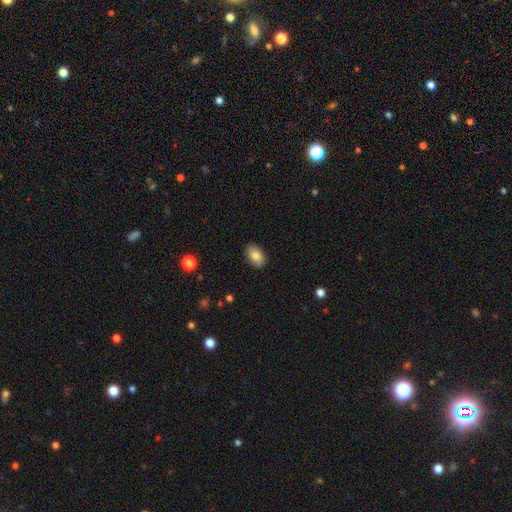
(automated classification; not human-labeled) A smooth galaxy with no disk features (85%) that is in between round and cigar-shaped (90%).

Vote fractions:
- Smooth or featured? smooth: 85% / star or artifact: 8% / featured or disk: 7%
- How rounded? in between: 90% / round: 8% / cigar-shaped: 2%
- Merging? none: 87% / minor disturbance: 10% / major disturbance: 2% / merger: 1%